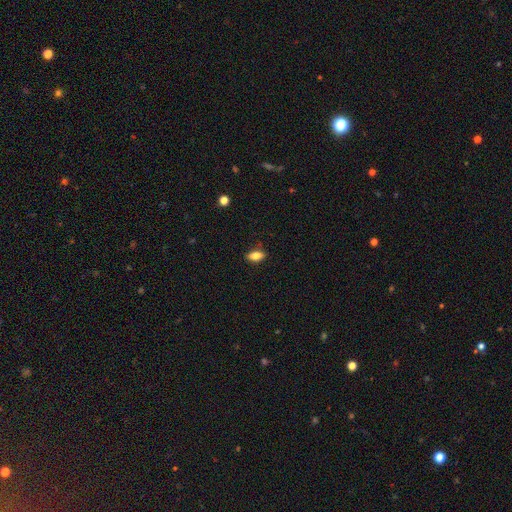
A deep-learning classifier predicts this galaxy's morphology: Overall: smooth (79%). How rounded: in between (85%). Merging: none (86%).